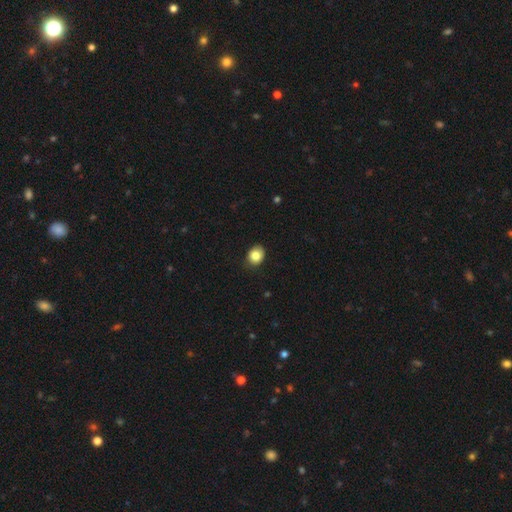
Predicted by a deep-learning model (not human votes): Q: Smooth or featured?
A: smooth (83%); runner-up: star or artifact (9%)
Q: How rounded?
A: round (57%); runner-up: in between (43%)
Q: Merging?
A: none (81%); runner-up: minor disturbance (15%)